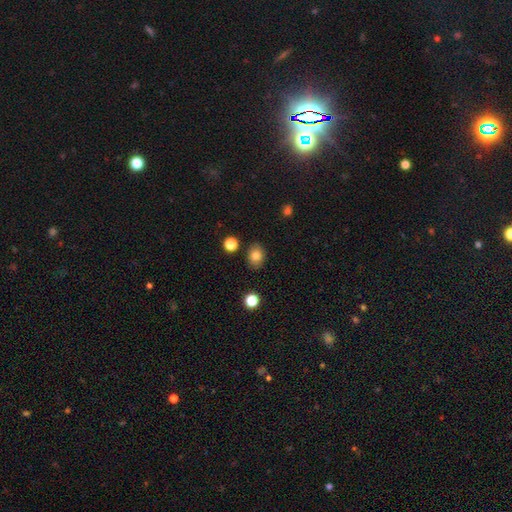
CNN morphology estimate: Smooth or featured? smooth (80%)
How rounded? in between (55%)
Merging? none (86%)